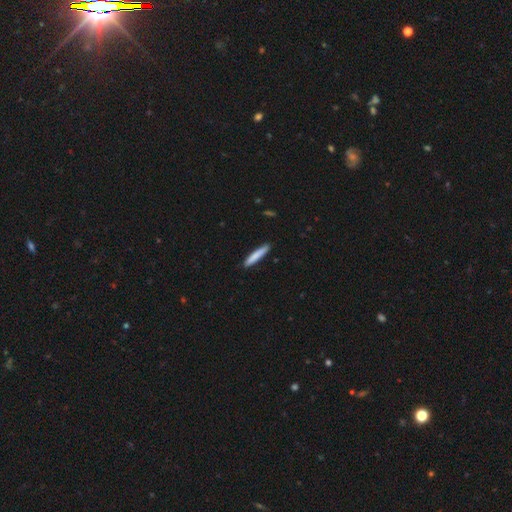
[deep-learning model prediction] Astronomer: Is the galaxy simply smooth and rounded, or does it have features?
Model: smooth — 82%.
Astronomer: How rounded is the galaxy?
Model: cigar-shaped — 93%.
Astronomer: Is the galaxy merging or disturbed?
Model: none — 90%.